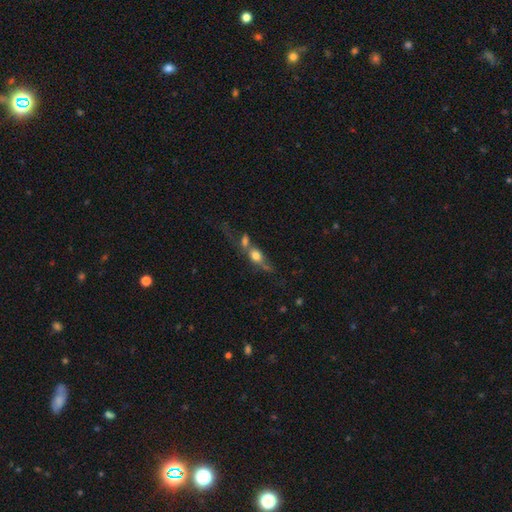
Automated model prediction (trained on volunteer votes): smooth 55%, featured or disk 33%, star or artifact 12%. Down the decision tree: how rounded — in between (48%); merging — merger (57%).